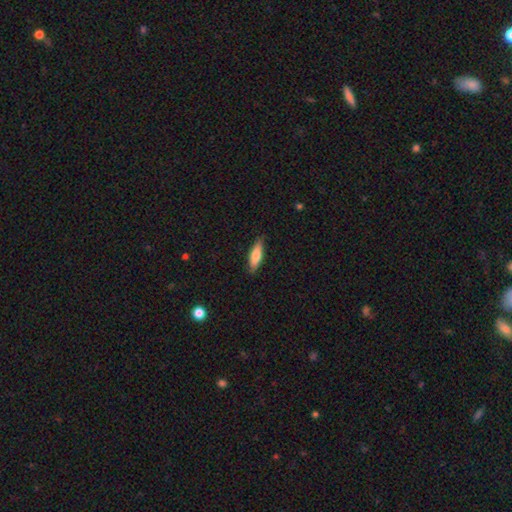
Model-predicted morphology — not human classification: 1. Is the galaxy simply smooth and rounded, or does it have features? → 73% smooth, 21% featured or disk, 6% star or artifact.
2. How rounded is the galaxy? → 56% cigar-shaped, 42% in between, 2% round.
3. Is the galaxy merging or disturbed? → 86% none, 11% minor disturbance, 2% major disturbance, 1% merger.